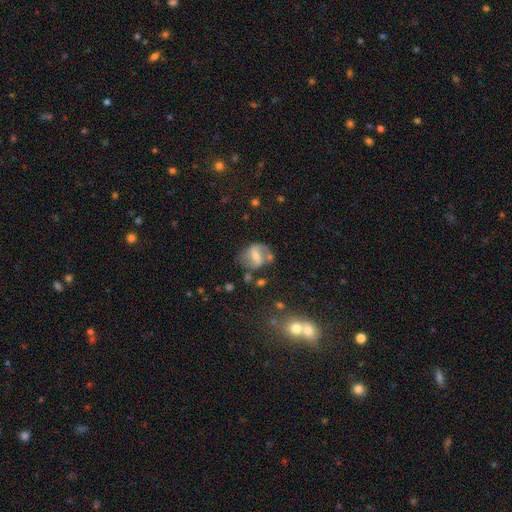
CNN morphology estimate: Smooth or featured: featured or disk — 61% (smooth — 30%)
Edge-on disk: no — 95% (yes — 5%)
Bar: strong — 46% (weak — 38%)
Spiral arms: yes — 69% (no — 31%)
Bulge size: moderate — 47% (small — 42%)
Merging: none — 59% (minor disturbance — 21%)